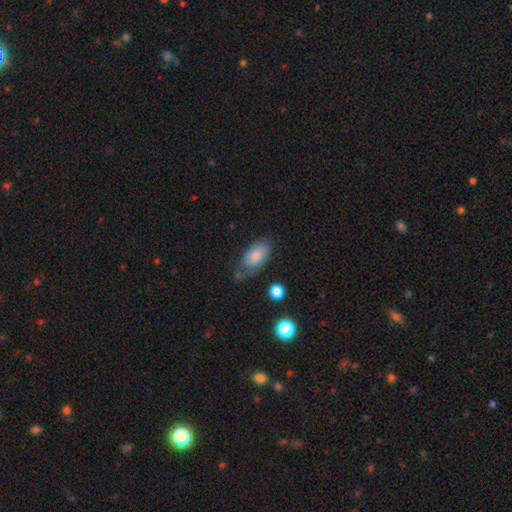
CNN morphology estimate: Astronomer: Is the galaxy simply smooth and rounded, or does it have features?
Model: smooth — 74%.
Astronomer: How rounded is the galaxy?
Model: in between — 93%.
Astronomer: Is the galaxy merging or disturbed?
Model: none — 53% (runner-up: minor disturbance, 28%).